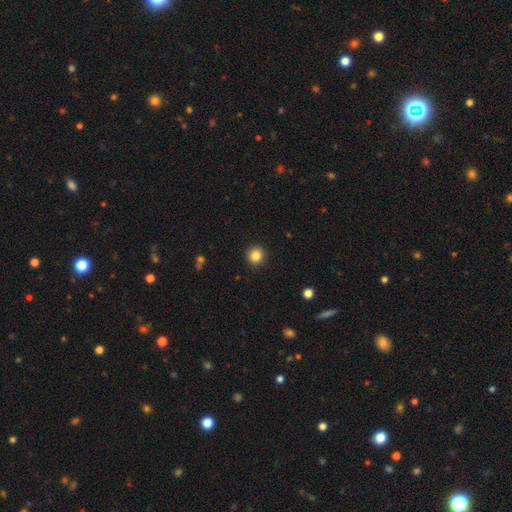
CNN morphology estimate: smooth_or_featured: smooth (p=0.85) [alt: star or artifact p=0.11]
how_rounded: round (p=0.94) [alt: in between p=0.05]
merging: none (p=0.93) [alt: minor disturbance p=0.05]